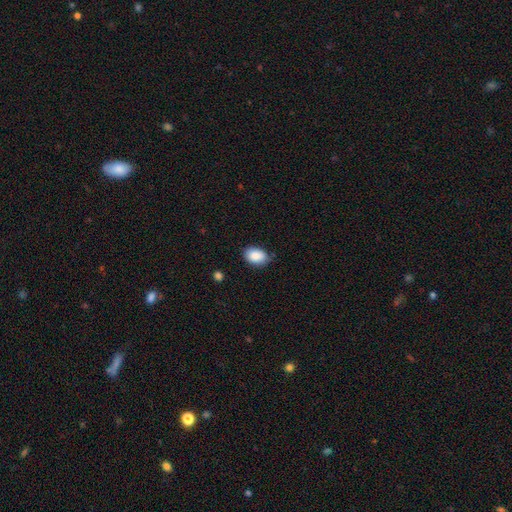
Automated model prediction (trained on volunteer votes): Smooth or featured? smooth (88%)
How rounded? in between (86%)
Merging? none (76%)